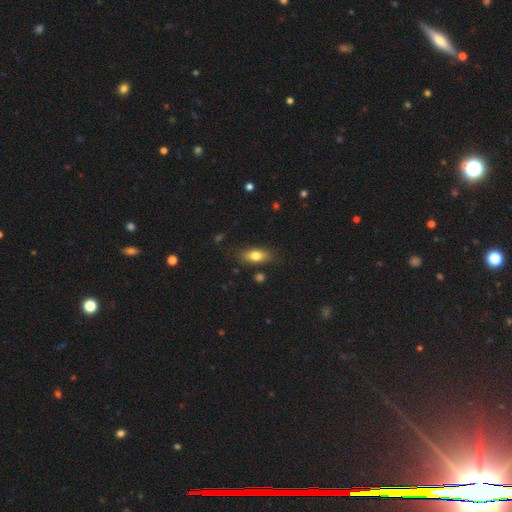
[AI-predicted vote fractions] This is likely a smooth galaxy (79%). How rounded: clearly in between (83%). Merging: clearly none (81%).